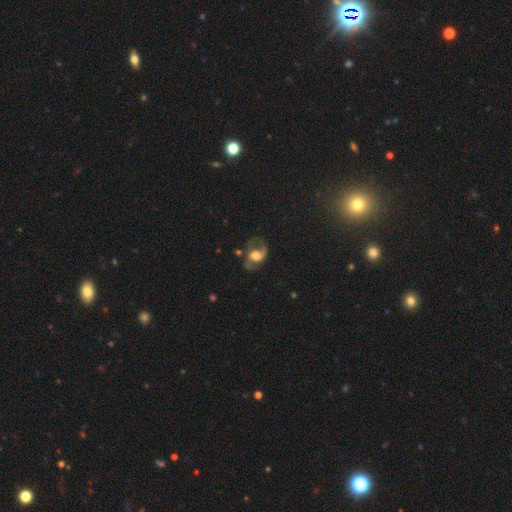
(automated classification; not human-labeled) Overall: featured or disk (70%). Edge-on disk: no (95%). Bar: no (53%; weak 34%). Spiral arms: yes (81%). Spiral arm count: 2 (86%). Spiral winding: medium (47%; loose 40%). Bulge size: large (46%; moderate 40%). Merging: none (62%).